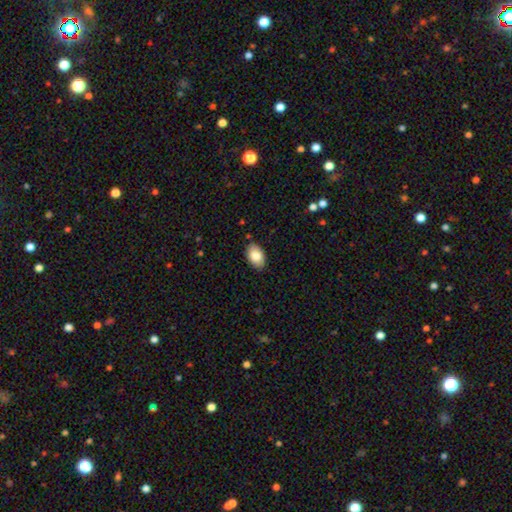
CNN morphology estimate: Smooth or featured? Predicted: smooth (p=0.84). How rounded? Predicted: in between (p=0.90). Merging? Predicted: none (p=0.86).